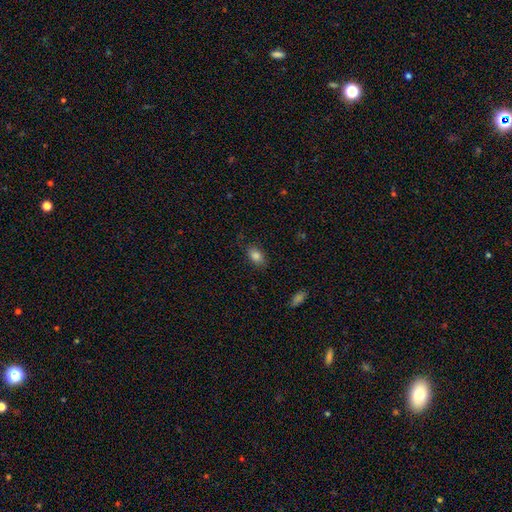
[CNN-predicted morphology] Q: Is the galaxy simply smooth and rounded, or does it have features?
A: smooth — 84%.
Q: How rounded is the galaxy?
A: in between — 87%.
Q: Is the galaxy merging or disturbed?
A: none — 81%.